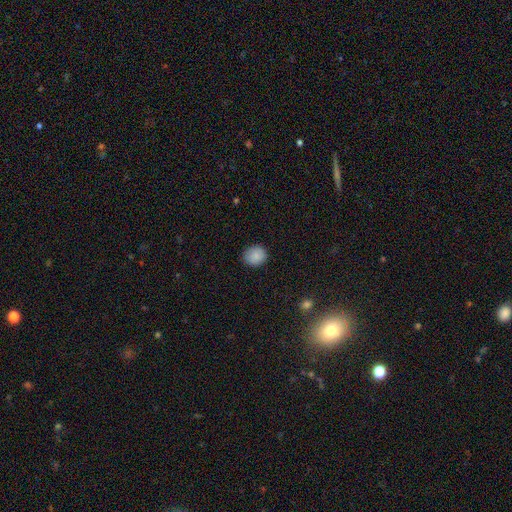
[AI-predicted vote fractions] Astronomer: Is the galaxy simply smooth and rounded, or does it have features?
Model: smooth — 87%.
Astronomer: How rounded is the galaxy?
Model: round — 76%.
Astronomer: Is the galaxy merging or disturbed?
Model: none — 86%.